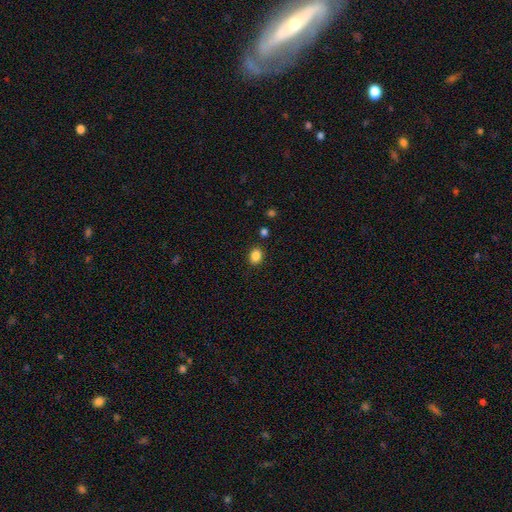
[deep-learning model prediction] This is clearly a smooth galaxy (86%). How rounded: possibly in between (58%). Merging: clearly none (86%).